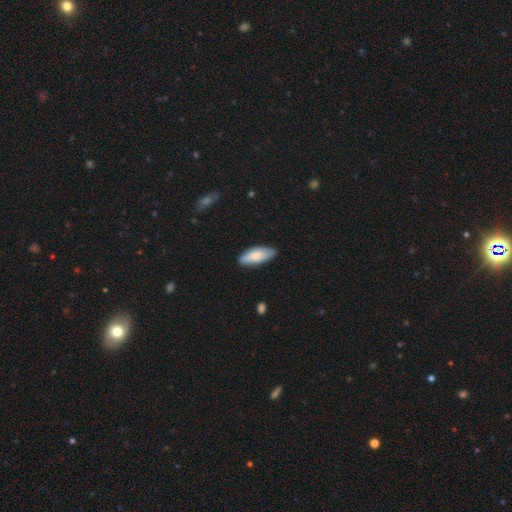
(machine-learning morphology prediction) This is likely a smooth galaxy (79%). How rounded: likely in between (78%). Merging: clearly none (82%).